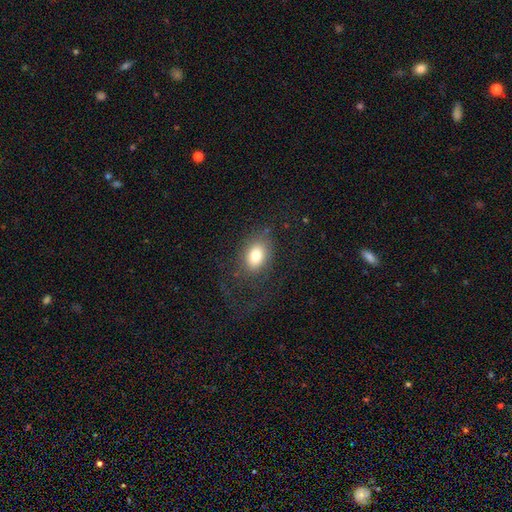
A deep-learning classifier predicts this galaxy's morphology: A smooth galaxy with no disk features (77%) that is in between round and cigar-shaped (78%). Merging: none (67%).